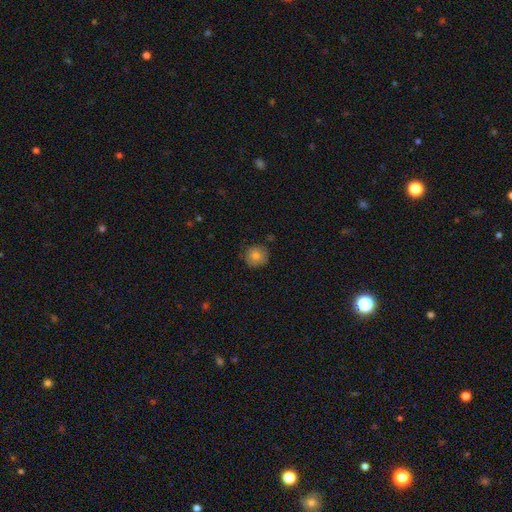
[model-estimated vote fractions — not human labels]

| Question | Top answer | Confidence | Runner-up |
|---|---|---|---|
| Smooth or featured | smooth | 80% | featured or disk (11%) |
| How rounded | round | 90% | in between (9%) |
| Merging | none | 82% | minor disturbance (14%) |